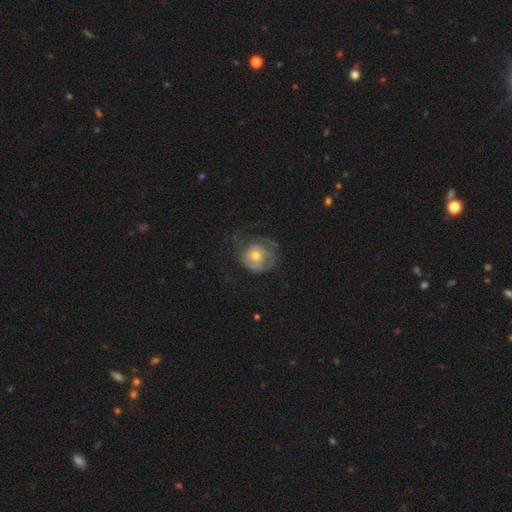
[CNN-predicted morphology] This appears to be a featured or disk galaxy (58%) with no bar (82%), spiral arms (70%) and a moderate central bulge (58%). Merging: none (49%).